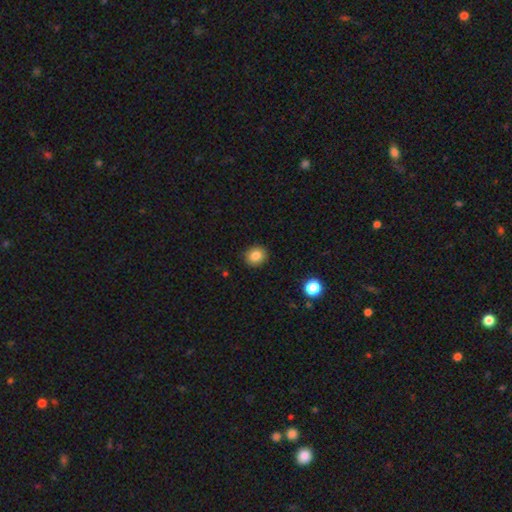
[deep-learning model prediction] Overall: smooth (84%). How rounded: round (76%). Merging: none (90%).